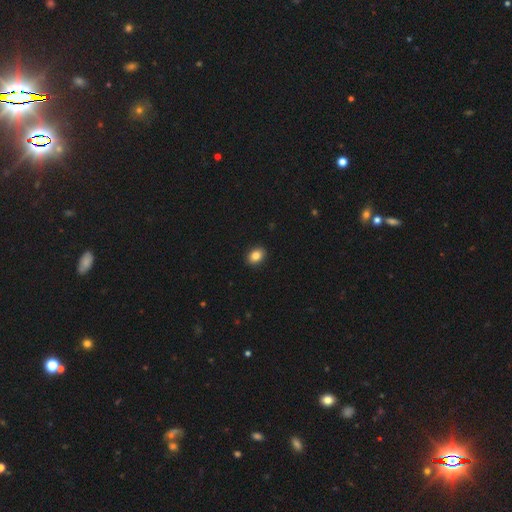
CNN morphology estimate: Smooth or featured? smooth (85%)
How rounded? in between (72%)
Merging? none (91%)